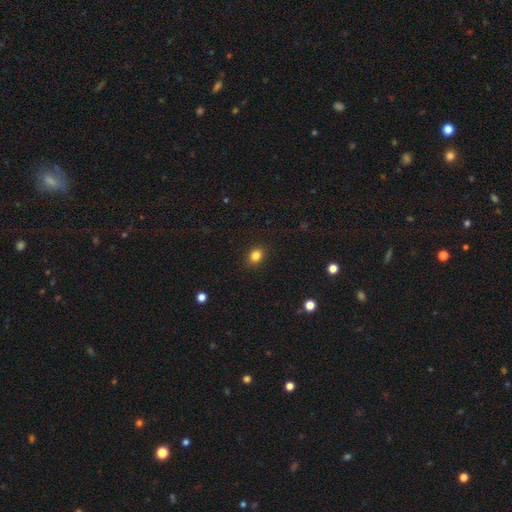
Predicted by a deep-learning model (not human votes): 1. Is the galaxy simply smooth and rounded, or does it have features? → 84% smooth, 11% star or artifact, 4% featured or disk.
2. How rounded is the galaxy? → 55% round, 44% in between, 1% cigar-shaped.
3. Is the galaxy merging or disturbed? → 89% none, 8% minor disturbance, 2% major disturbance, 1% merger.